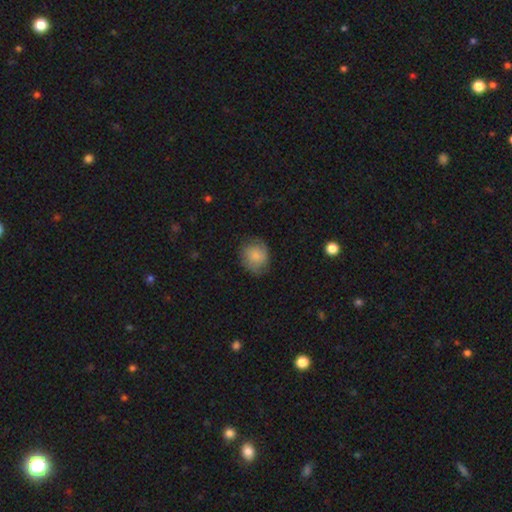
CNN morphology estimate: smooth_or_featured: smooth (p=0.61) [alt: featured or disk p=0.31]
how_rounded: round (p=0.74) [alt: in between p=0.25]
merging: none (p=0.72) [alt: minor disturbance p=0.20]